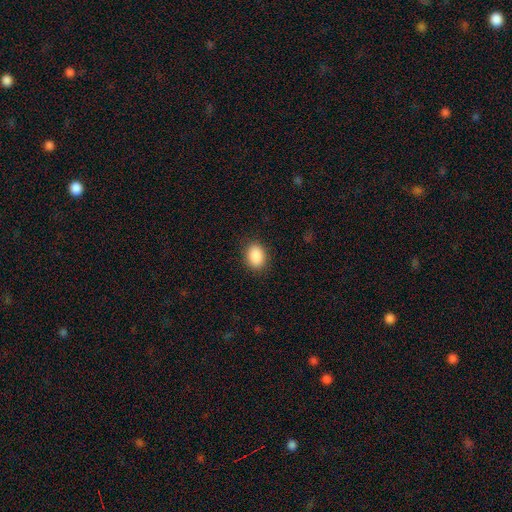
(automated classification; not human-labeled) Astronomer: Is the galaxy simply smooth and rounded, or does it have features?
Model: smooth — 90%.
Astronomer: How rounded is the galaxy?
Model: in between — 74%.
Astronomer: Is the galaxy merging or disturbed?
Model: none — 88%.